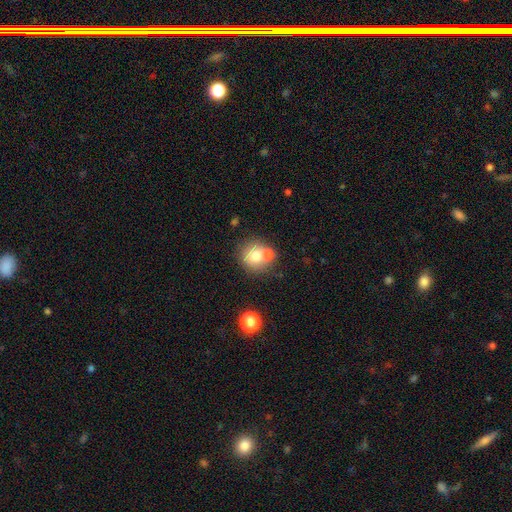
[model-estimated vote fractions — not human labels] A smooth galaxy with no disk features (71%) that is round (88%). Merging: none (55%).